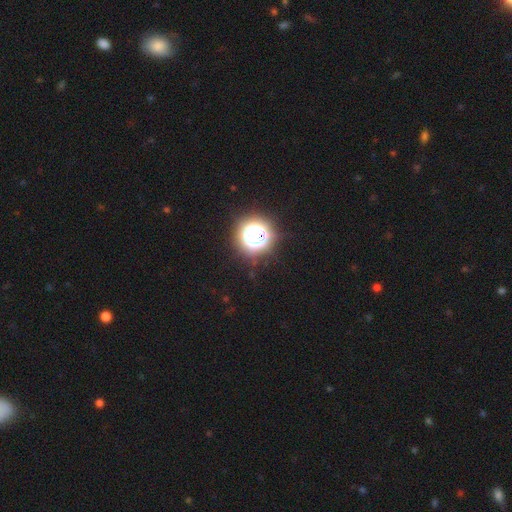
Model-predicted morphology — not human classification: type=star or artifact (78%).